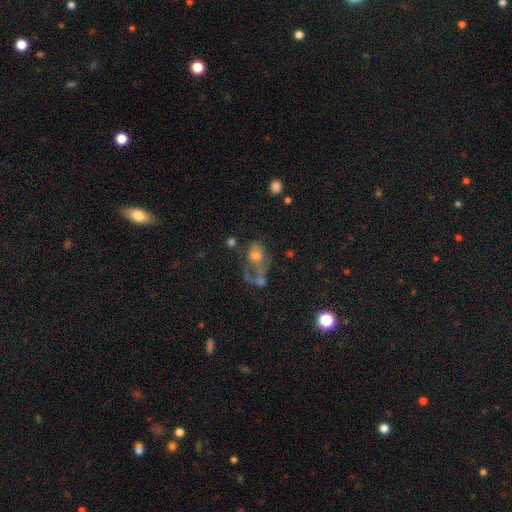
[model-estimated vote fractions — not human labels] Q: Smooth or featured?
A: featured or disk (49%); runner-up: smooth (35%)
Q: Merging?
A: major disturbance (37%); runner-up: merger (25%)